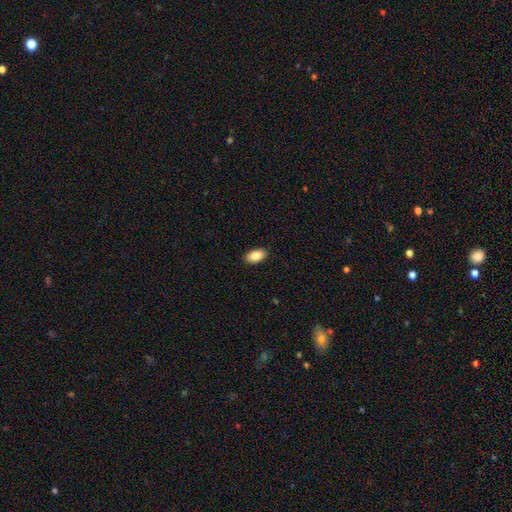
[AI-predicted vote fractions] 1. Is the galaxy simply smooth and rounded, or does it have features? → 88% smooth, 7% star or artifact, 5% featured or disk.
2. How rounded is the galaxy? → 95% in between, 3% round, 2% cigar-shaped.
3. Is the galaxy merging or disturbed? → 90% none, 8% minor disturbance, 2% major disturbance, 1% merger.